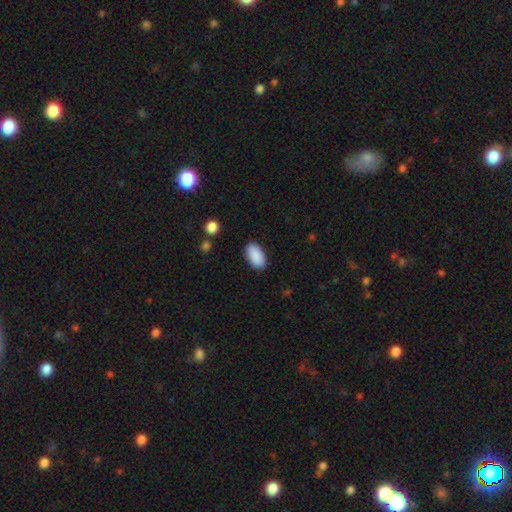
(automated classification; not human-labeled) Q: Smooth or featured?
A: smooth (90%); runner-up: star or artifact (6%)
Q: How rounded?
A: in between (94%); runner-up: cigar-shaped (3%)
Q: Merging?
A: none (88%); runner-up: minor disturbance (9%)